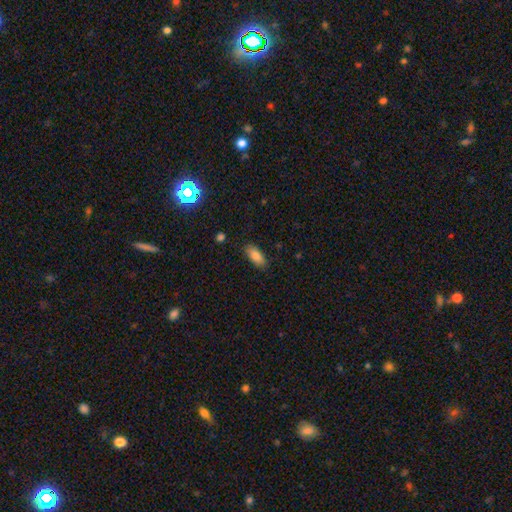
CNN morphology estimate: This is clearly a smooth galaxy (85%). How rounded: clearly in between (84%). Merging: clearly none (85%).